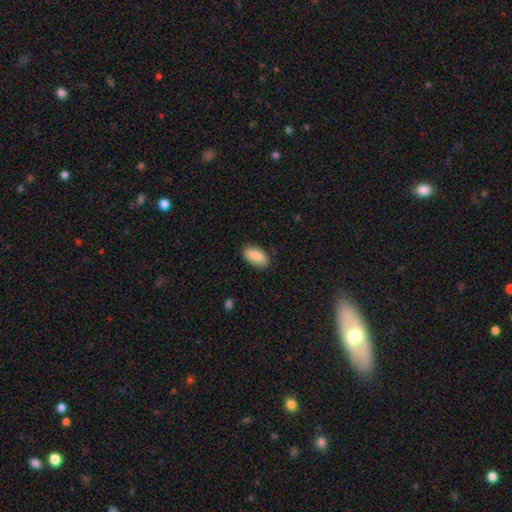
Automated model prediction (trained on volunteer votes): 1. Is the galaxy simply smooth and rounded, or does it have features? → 87% smooth, 6% star or artifact, 6% featured or disk.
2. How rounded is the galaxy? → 93% in between, 4% cigar-shaped, 3% round.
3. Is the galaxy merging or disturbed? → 84% none, 13% minor disturbance, 3% major disturbance, 1% merger.